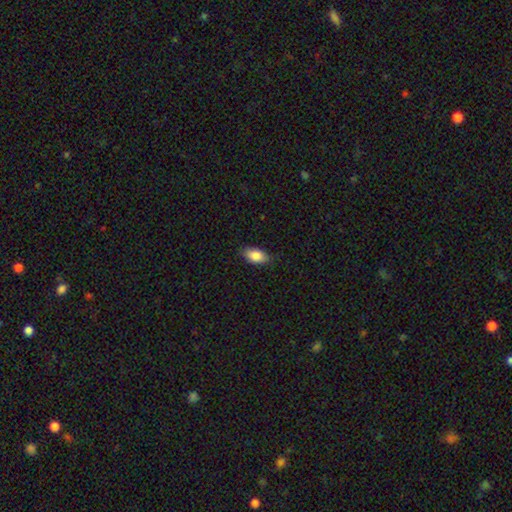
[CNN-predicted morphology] Smooth or featured? Predicted: smooth (p=0.86). How rounded? Predicted: in between (p=0.91). Merging? Predicted: none (p=0.82).